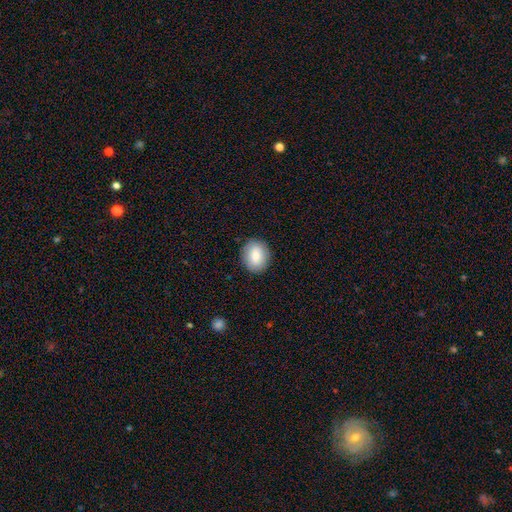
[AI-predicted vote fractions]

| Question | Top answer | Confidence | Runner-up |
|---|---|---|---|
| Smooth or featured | smooth | 82% | featured or disk (11%) |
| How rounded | round | 50% | in between (48%) |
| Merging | none | 88% | minor disturbance (8%) |